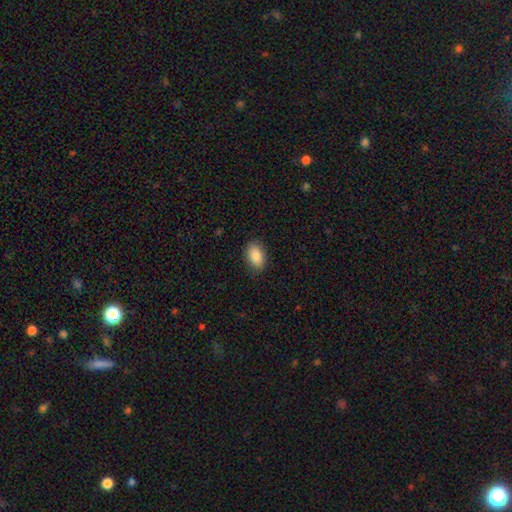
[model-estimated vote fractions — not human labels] smooth_or_featured: smooth (p=0.88) [alt: star or artifact p=0.07]
how_rounded: in between (p=0.90) [alt: round p=0.09]
merging: none (p=0.87) [alt: minor disturbance p=0.10]